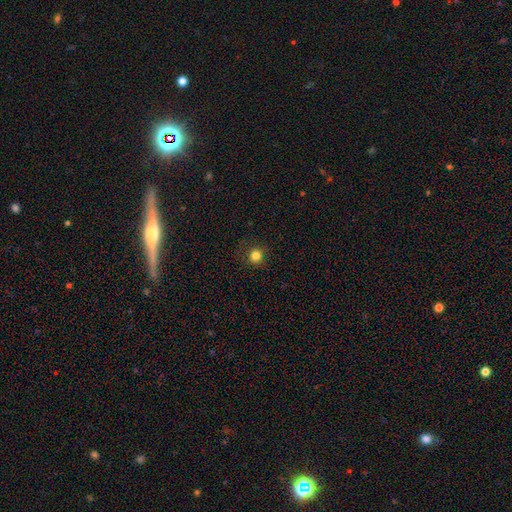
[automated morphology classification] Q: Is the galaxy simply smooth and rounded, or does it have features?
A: smooth — 82%.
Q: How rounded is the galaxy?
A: round — 94%.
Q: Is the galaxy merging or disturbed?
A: none — 88%.